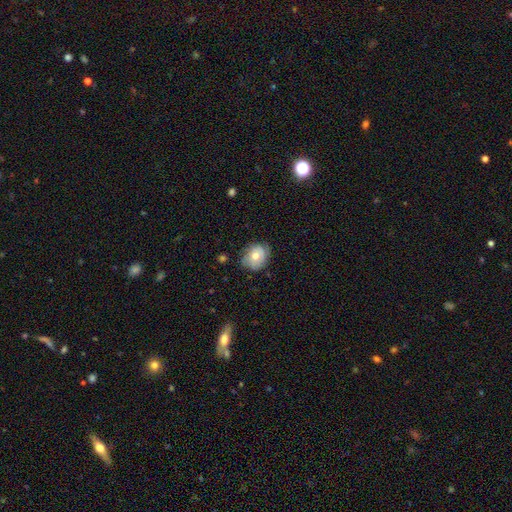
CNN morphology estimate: smooth-or-featured: smooth: 56% | featured or disk: 36% | star or artifact: 8%
  how-rounded: round: 61% | in between: 38% | cigar-shaped: 1%
  merging: none: 68% | minor disturbance: 25% | major disturbance: 6% | merger: 1%